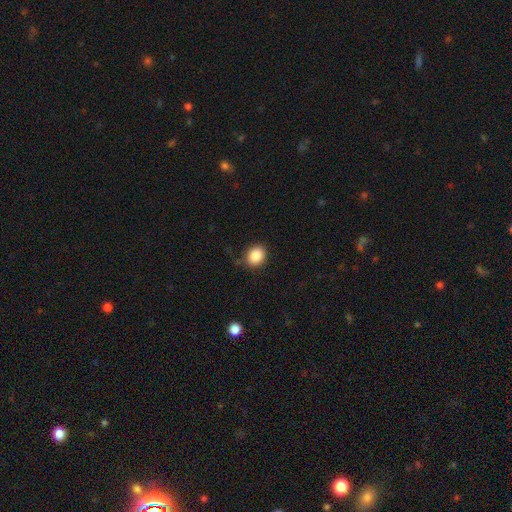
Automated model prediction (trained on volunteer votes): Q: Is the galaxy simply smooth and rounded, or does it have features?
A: smooth — 88%.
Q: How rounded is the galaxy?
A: round — 52%.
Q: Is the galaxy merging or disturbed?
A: none — 82%.